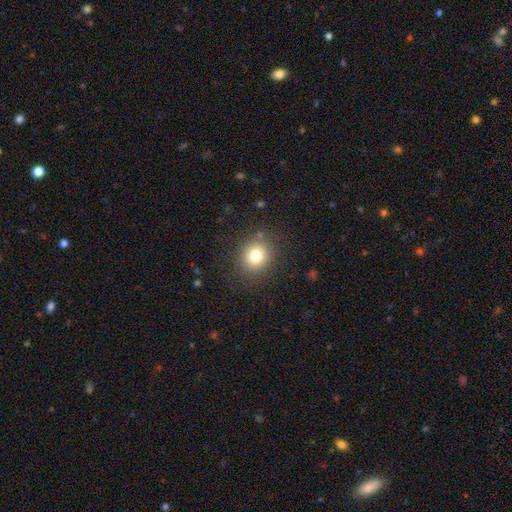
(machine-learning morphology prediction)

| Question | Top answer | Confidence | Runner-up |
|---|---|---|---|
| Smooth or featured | smooth | 78% | star or artifact (13%) |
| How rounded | round | 80% | in between (20%) |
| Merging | none | 85% | minor disturbance (9%) |